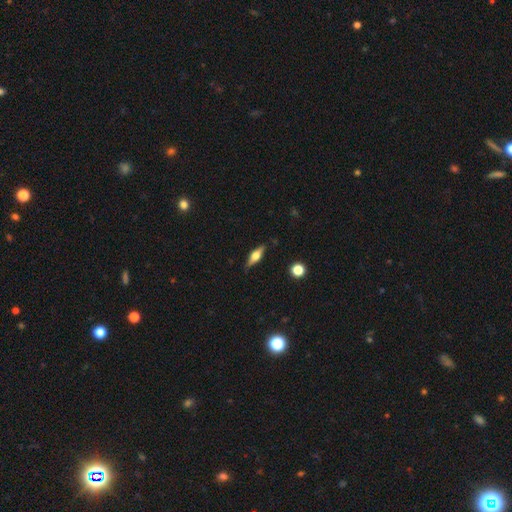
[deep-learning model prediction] A featured or disk galaxy (52%) viewed edge-on (93%). Merging: none (84%).